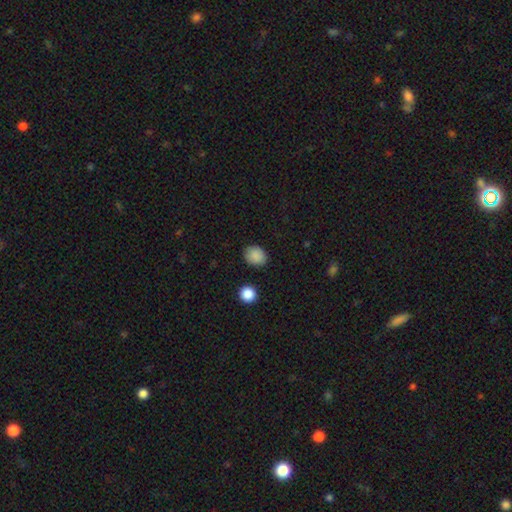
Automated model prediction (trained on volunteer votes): Smooth or featured: smooth — 88% (star or artifact — 9%)
How rounded: round — 56% (in between — 43%)
Merging: none — 85% (minor disturbance — 10%)